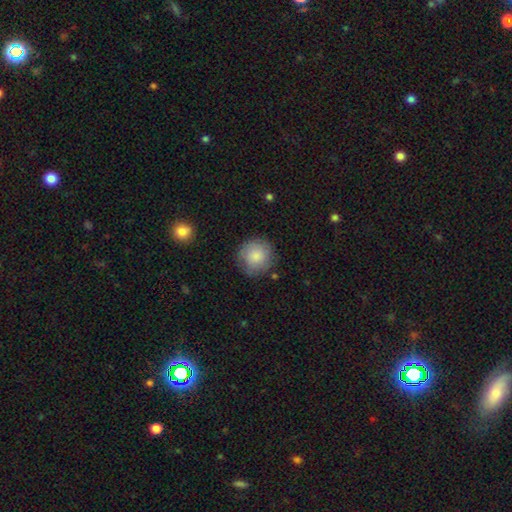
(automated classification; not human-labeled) smooth 79%, featured or disk 14%, star or artifact 7%. Down the decision tree: how rounded — round (92%); merging — none (80%).